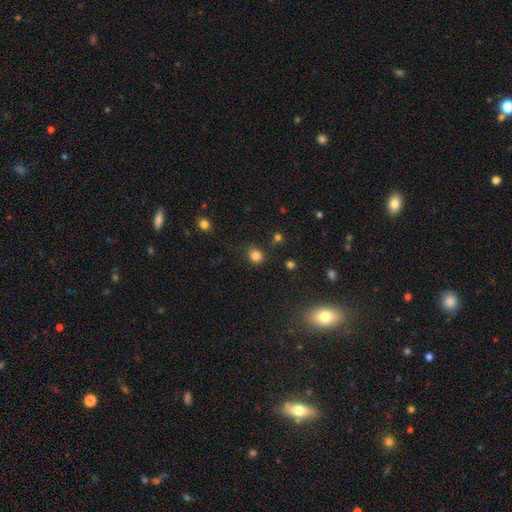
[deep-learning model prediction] smooth 82%, star or artifact 14%, featured or disk 5%. Down the decision tree: how rounded — round (76%); merging — none (76%).